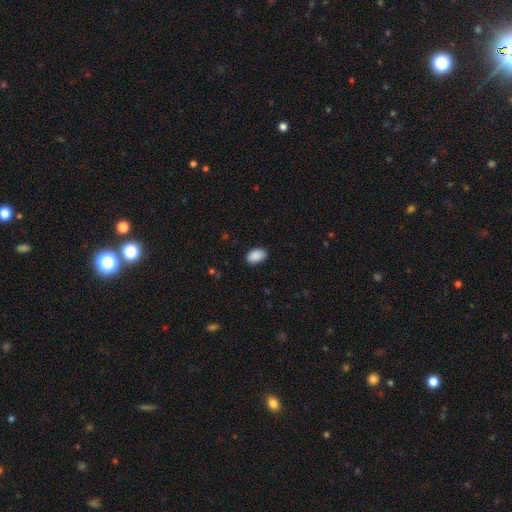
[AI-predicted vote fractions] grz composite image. It shows a smooth galaxy with no disk features (90%) that is in between round and cigar-shaped (87%). Merging: none (84%).